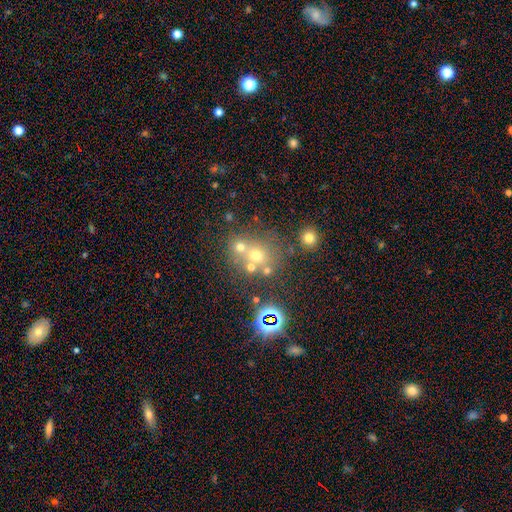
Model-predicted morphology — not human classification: Q: Smooth or featured?
A: smooth (52%); runner-up: star or artifact (30%)
Q: How rounded?
A: round (79%); runner-up: in between (20%)
Q: Merging?
A: none (52%); runner-up: merger (33%)